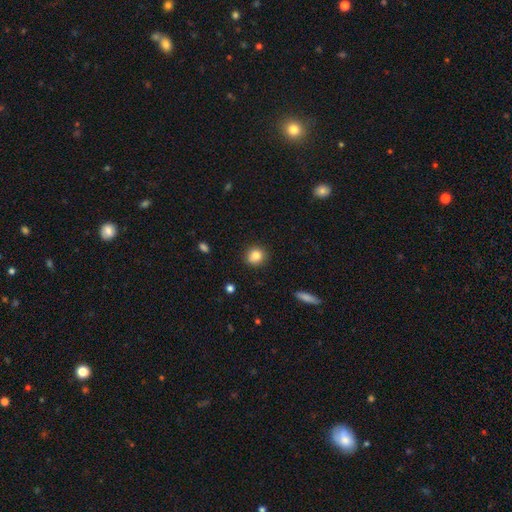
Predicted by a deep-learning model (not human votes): Smooth or featured?
  - smooth: 83% *
  - star or artifact: 10%
  - featured or disk: 7%
How rounded?
  - round: 86% *
  - in between: 13%
  - cigar-shaped: 1%
Merging?
  - none: 89% *
  - minor disturbance: 8%
  - major disturbance: 2%
  - merger: 1%